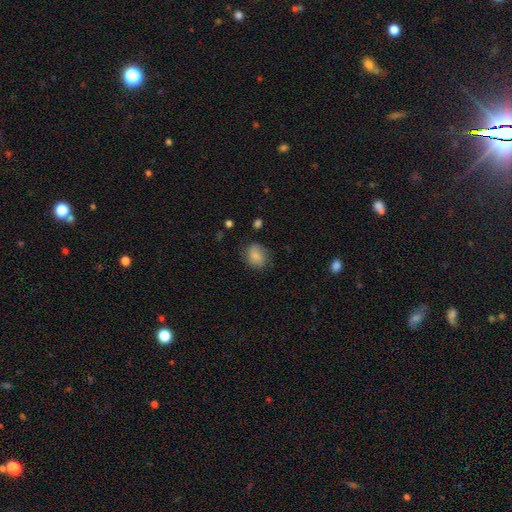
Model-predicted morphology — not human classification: This is likely a smooth galaxy (79%). How rounded: possibly round (52%). Merging: likely none (69%).